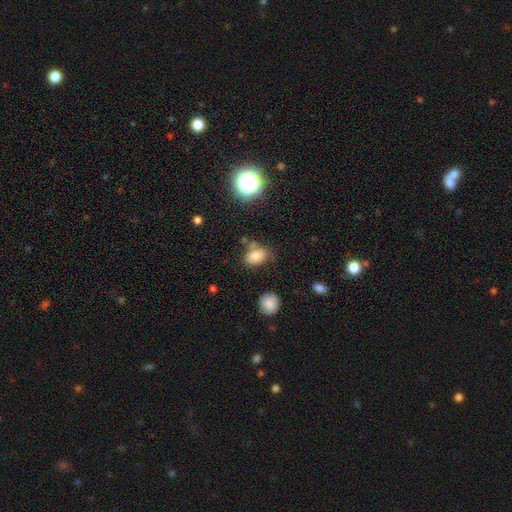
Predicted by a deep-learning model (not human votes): A smooth galaxy with no disk features (78%) that is in between round and cigar-shaped (83%).

Vote fractions:
- Smooth or featured? smooth: 78% / star or artifact: 13% / featured or disk: 9%
- How rounded? in between: 83% / round: 15% / cigar-shaped: 2%
- Merging? none: 59% / minor disturbance: 22% / merger: 11% / major disturbance: 8%